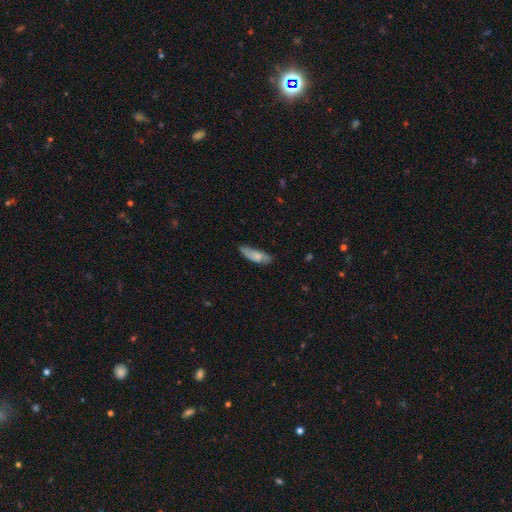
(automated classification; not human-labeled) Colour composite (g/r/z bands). It shows a smooth galaxy with no disk features (66%) that is in between round and cigar-shaped (59%). Merging: none (71%).